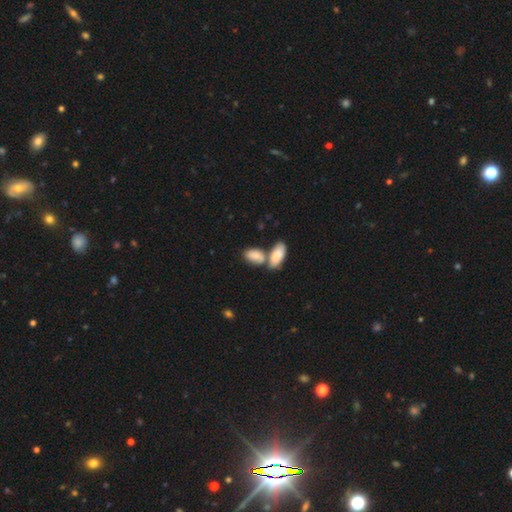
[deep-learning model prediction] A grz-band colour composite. It shows a smooth galaxy with no disk features (79%) that is in between round and cigar-shaped (90%). Merging: merger (49%).